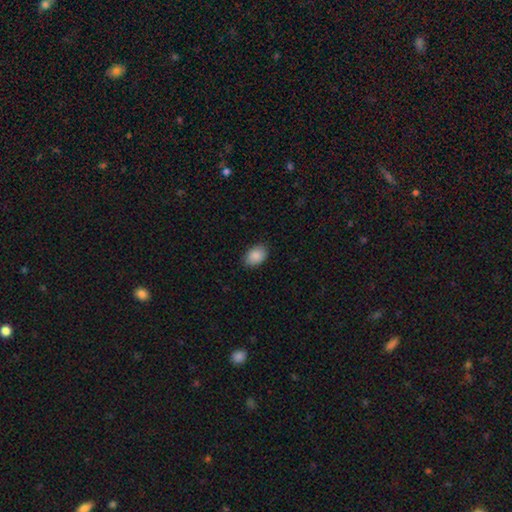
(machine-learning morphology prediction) Smooth or featured? Predicted: smooth (p=0.89). How rounded? Predicted: in between (p=0.85). Merging? Predicted: none (p=0.87).